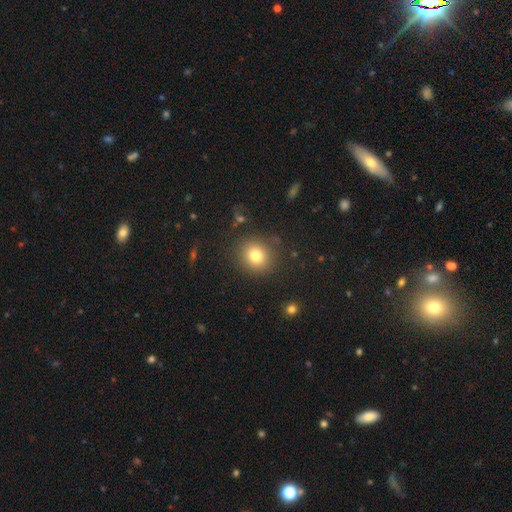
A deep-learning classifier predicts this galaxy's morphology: Smooth or featured?
  - smooth: 78% *
  - star or artifact: 13%
  - featured or disk: 9%
How rounded?
  - round: 84% *
  - in between: 15%
  - cigar-shaped: 1%
Merging?
  - none: 86% *
  - minor disturbance: 9%
  - major disturbance: 4%
  - merger: 2%